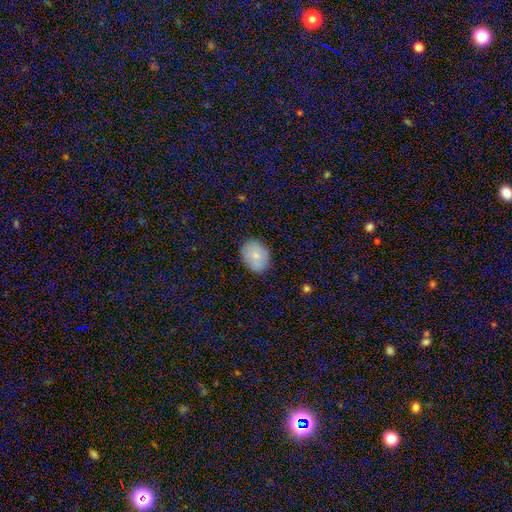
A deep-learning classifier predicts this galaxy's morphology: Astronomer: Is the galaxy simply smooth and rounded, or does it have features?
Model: smooth — 77%.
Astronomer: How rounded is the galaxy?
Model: in between — 55% (runner-up: round, 44%).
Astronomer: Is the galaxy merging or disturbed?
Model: none — 82%.